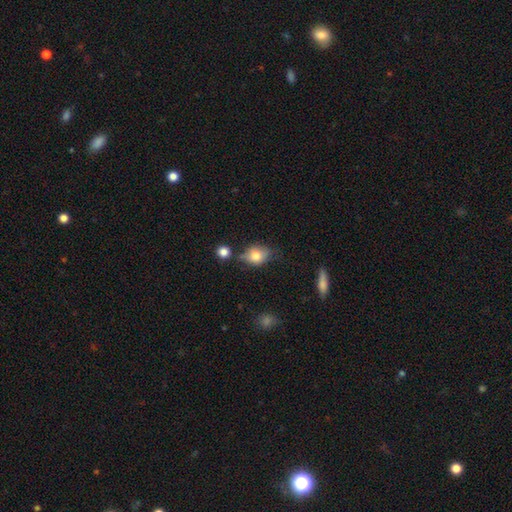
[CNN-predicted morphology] The model was most divided on "how rounded": in between: 59%, round: 39%, cigar-shaped: 2%. More confident: smooth or featured — smooth (76%); merging — none (57%).